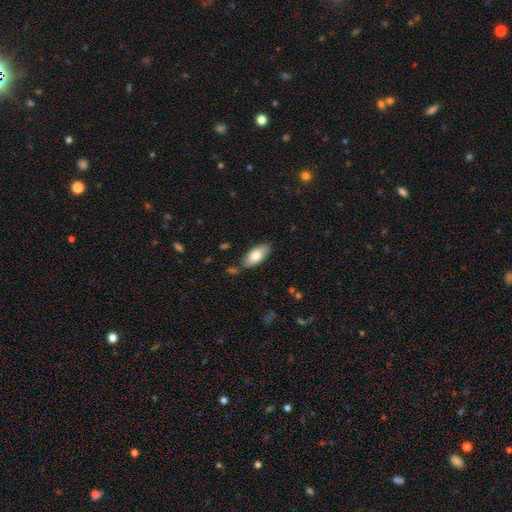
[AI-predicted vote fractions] Q: Smooth or featured?
A: smooth (79%); runner-up: featured or disk (15%)
Q: How rounded?
A: in between (89%); runner-up: cigar-shaped (9%)
Q: Merging?
A: none (80%); runner-up: minor disturbance (14%)